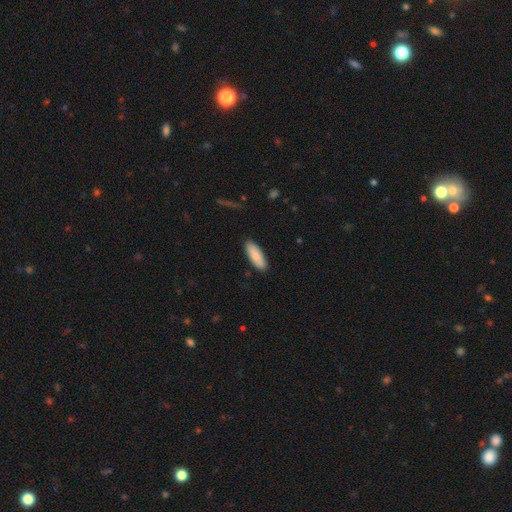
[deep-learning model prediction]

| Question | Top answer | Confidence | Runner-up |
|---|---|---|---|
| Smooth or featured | smooth | 85% | featured or disk (10%) |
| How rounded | in between | 65% | cigar-shaped (33%) |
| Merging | none | 89% | minor disturbance (8%) |